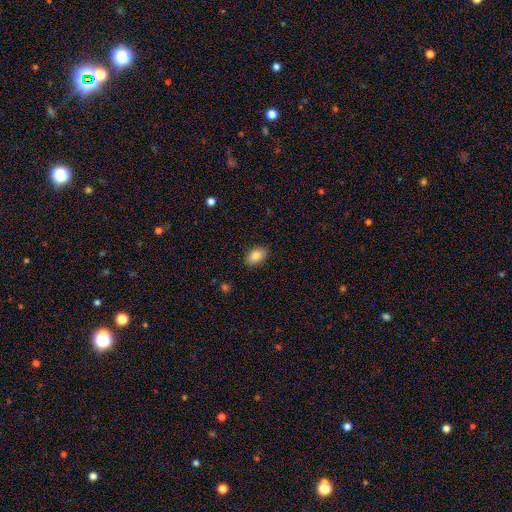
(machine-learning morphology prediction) smooth 86%, star or artifact 8%, featured or disk 6%. Down the decision tree: how rounded — in between (88%); merging — none (86%).